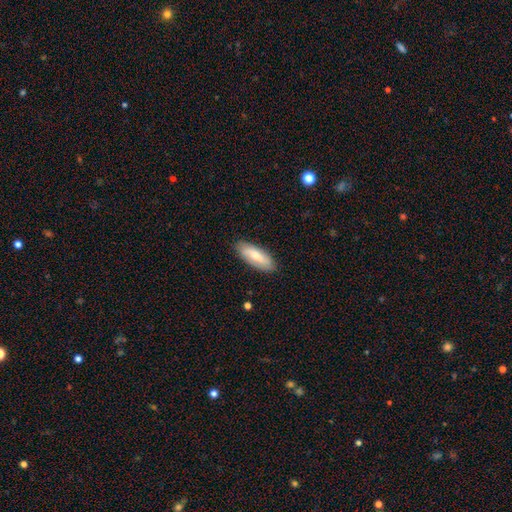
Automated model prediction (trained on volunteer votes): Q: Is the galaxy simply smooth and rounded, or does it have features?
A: smooth — 68%.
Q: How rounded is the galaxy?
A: in between — 72%.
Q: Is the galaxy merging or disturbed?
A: none — 86%.